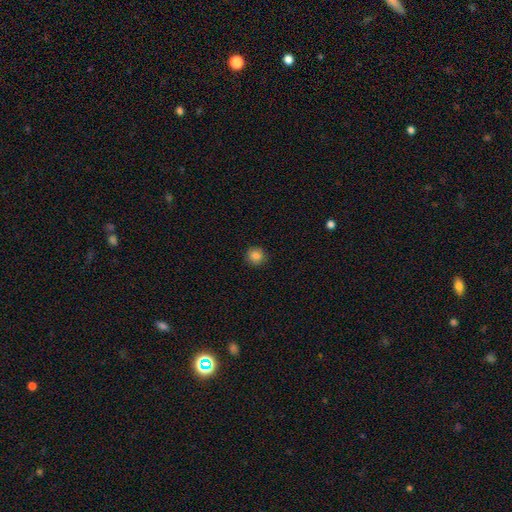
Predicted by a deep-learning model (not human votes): smooth_or_featured: smooth (p=0.85) [alt: star or artifact p=0.11]
how_rounded: round (p=0.92) [alt: in between p=0.07]
merging: none (p=0.91) [alt: minor disturbance p=0.06]